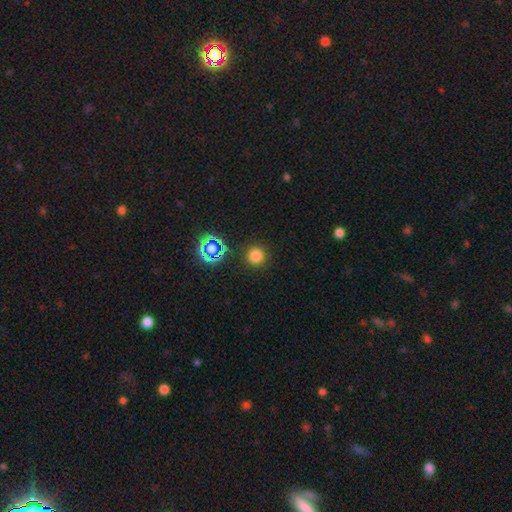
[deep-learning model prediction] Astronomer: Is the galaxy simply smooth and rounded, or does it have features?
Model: smooth — 76%.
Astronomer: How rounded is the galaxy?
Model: round — 95%.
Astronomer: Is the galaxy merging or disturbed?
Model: none — 90%.